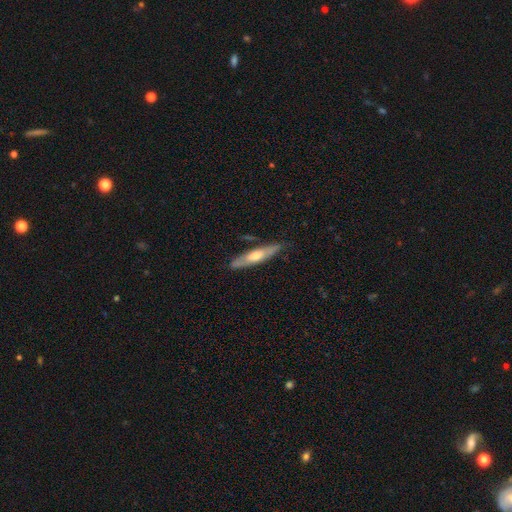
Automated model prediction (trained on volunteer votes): Q: Smooth or featured?
A: featured or disk (53%); runner-up: smooth (41%)
Q: Edge-on disk?
A: yes (82%); runner-up: no (18%)
Q: Merging?
A: none (81%); runner-up: minor disturbance (15%)